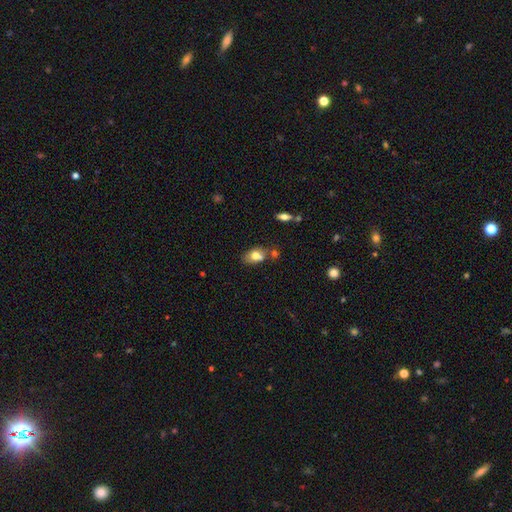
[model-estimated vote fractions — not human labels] smooth-or-featured: smooth: 74% | featured or disk: 17% | star or artifact: 9%
  how-rounded: in between: 80% | round: 18% | cigar-shaped: 2%
  merging: none: 53% | merger: 25% | minor disturbance: 17% | major disturbance: 5%